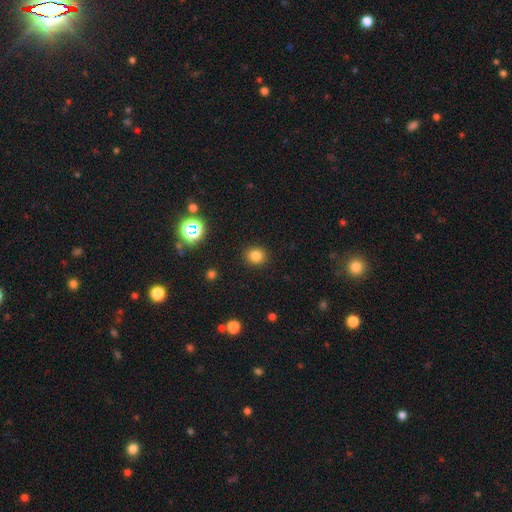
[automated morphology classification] Smooth or featured?
  - smooth: 81% *
  - star or artifact: 14%
  - featured or disk: 5%
How rounded?
  - round: 83% *
  - in between: 16%
  - cigar-shaped: 1%
Merging?
  - none: 91% *
  - minor disturbance: 6%
  - major disturbance: 2%
  - merger: 1%